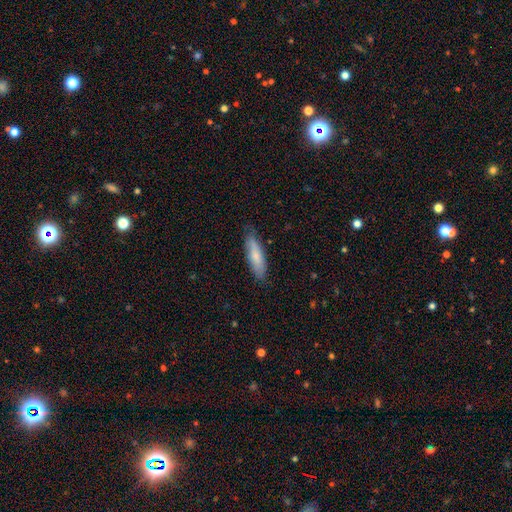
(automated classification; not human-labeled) This is likely a smooth galaxy (75%). How rounded: likely cigar-shaped (65%). Merging: likely none (79%).